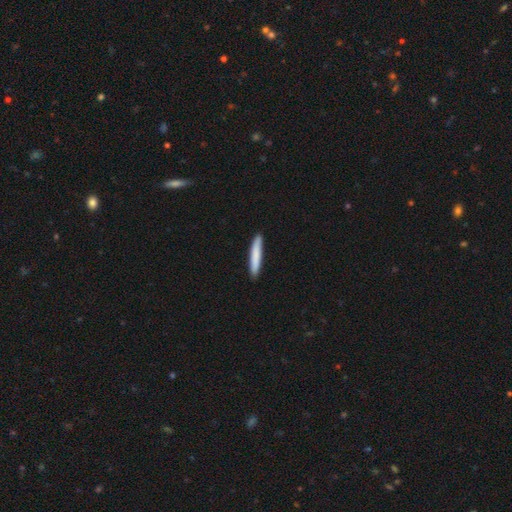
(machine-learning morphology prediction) A smooth galaxy with no disk features (81%) that is cigar-shaped (94%). Merging: none (90%).